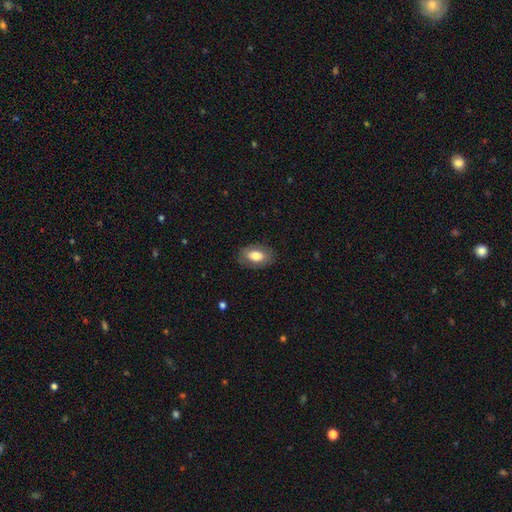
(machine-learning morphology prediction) Smooth or featured?
  - smooth: 74% *
  - featured or disk: 19%
  - star or artifact: 7%
How rounded?
  - in between: 90% *
  - round: 9%
  - cigar-shaped: 2%
Merging?
  - none: 83% *
  - minor disturbance: 12%
  - major disturbance: 4%
  - merger: 1%